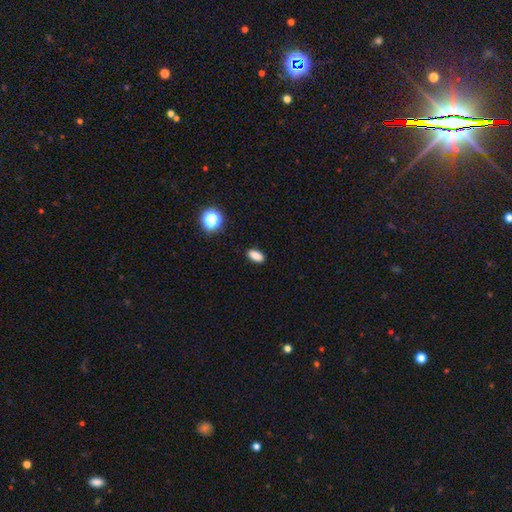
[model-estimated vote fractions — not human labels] The model was most divided on "smooth or featured": smooth: 84%, star or artifact: 12%, featured or disk: 4%. More confident: merging — none (88%); how rounded — in between (85%).